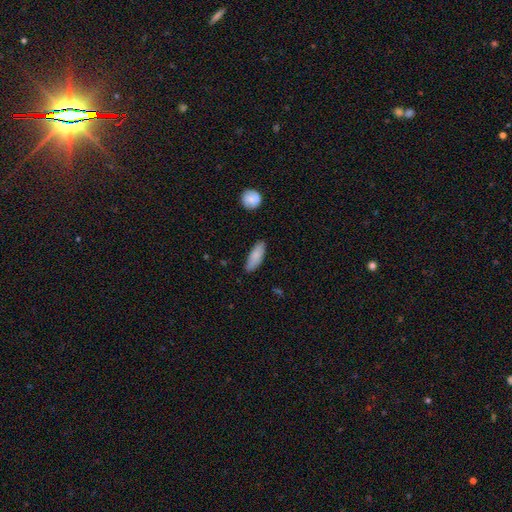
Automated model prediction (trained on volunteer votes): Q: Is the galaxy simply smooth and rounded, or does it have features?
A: smooth — 82%.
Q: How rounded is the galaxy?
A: in between — 62%.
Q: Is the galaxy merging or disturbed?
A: none — 81%.